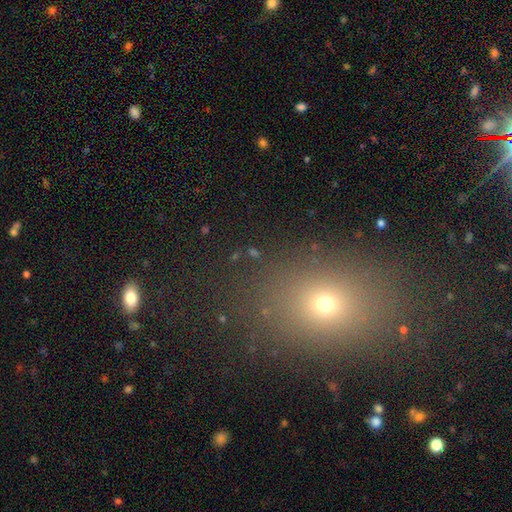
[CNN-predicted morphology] Smooth or featured? Predicted: smooth (p=0.56). How rounded? Predicted: in between (p=0.50). Merging? Predicted: none (p=0.81).